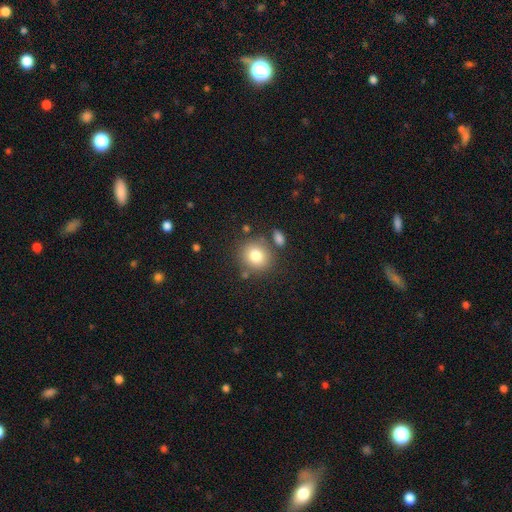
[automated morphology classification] Smooth or featured? Predicted: smooth (p=0.80). How rounded? Predicted: round (p=0.82). Merging? Predicted: none (p=0.77).